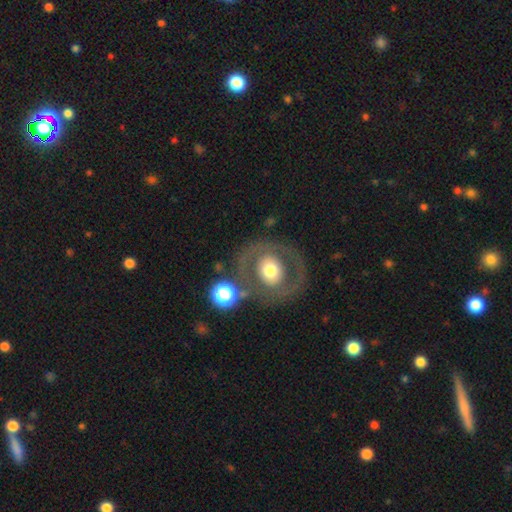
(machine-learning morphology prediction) A featured or disk galaxy (65%) with no bar (63%), no spiral arms (55%) and a moderate central bulge (66%).

Vote fractions:
- Smooth or featured? featured or disk: 65% / smooth: 25% / star or artifact: 9%
- Edge-on disk? no: 95% / yes: 5%
- Bar? no: 63% / weak: 25% / strong: 13%
- Spiral arms? no: 55% / yes: 45%
- Bulge size? moderate: 66% / large: 18% / small: 12% / dominant: 2% / none: 2%
- Merging? none: 70% / minor disturbance: 13% / major disturbance: 9% / merger: 8%